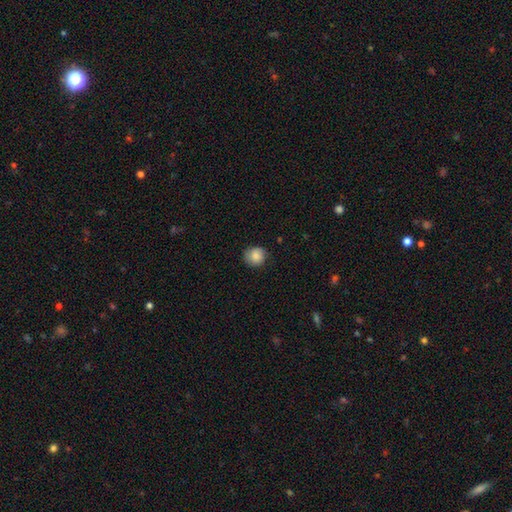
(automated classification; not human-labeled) Morphology: type=smooth (85%); roundness=round (87%); merging=none (80%).